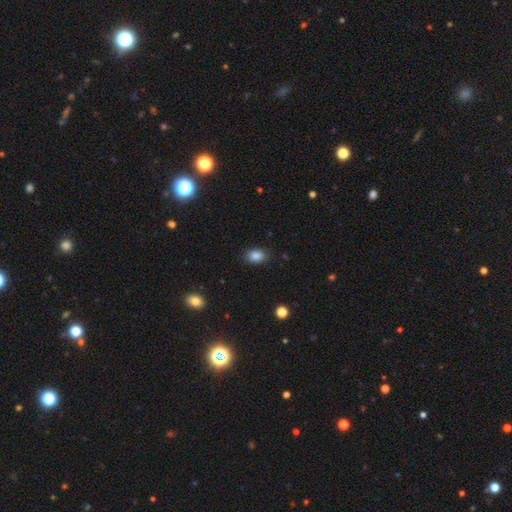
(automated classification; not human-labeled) Morphology: type=smooth (86%); roundness=in between (78%); merging=none (87%).